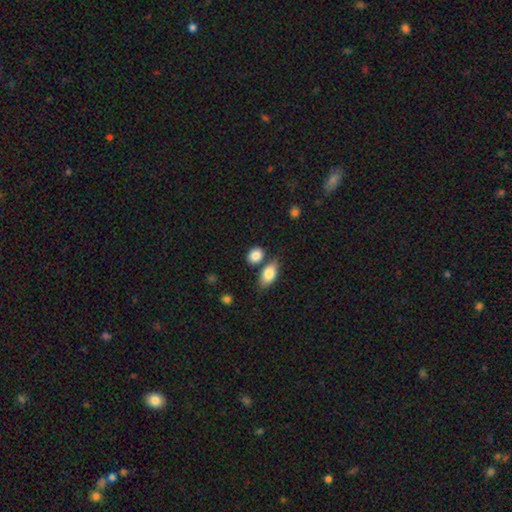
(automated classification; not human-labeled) smooth-or-featured: smooth: 85% | star or artifact: 8% | featured or disk: 7%
  how-rounded: in between: 68% | round: 29% | cigar-shaped: 2%
  merging: none: 65% | merger: 19% | minor disturbance: 12% | major disturbance: 3%